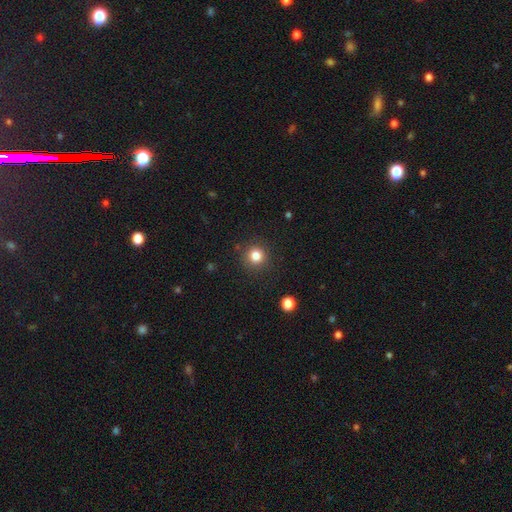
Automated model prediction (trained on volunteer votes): smooth-or-featured: smooth: 82% | star or artifact: 12% | featured or disk: 6%
  how-rounded: round: 94% | in between: 5% | cigar-shaped: 1%
  merging: none: 89% | minor disturbance: 7% | major disturbance: 3% | merger: 1%